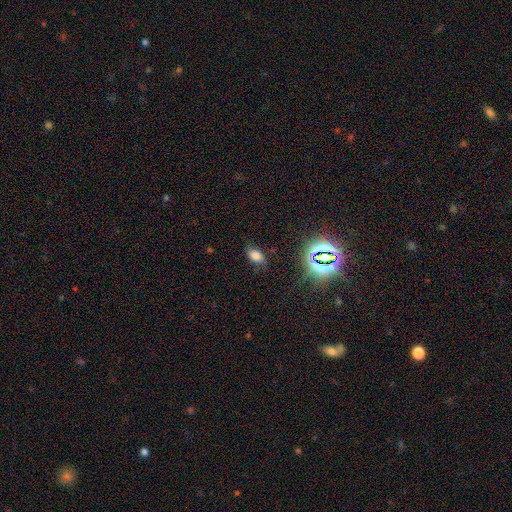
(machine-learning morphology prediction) type=smooth (72%); roundness=in between (85%); merging=none (73%).